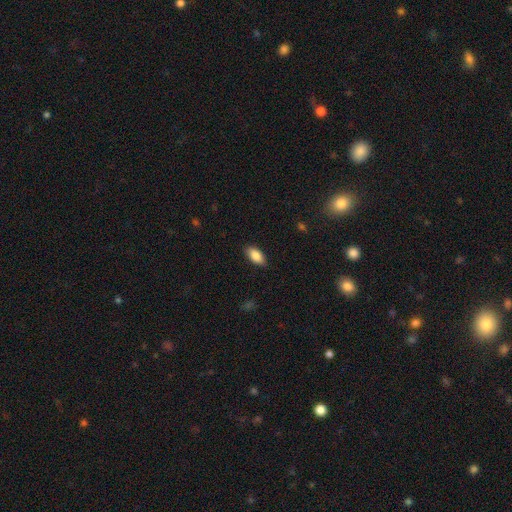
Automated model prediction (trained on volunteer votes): This appears to be a smooth galaxy with no disk features (86%) that is in between round and cigar-shaped (91%). Merging: none (87%).